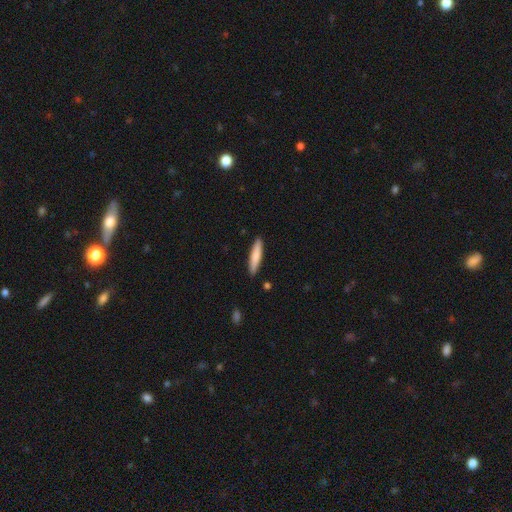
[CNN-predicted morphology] smooth-or-featured: smooth: 77% | featured or disk: 18% | star or artifact: 5%
  how-rounded: cigar-shaped: 88% | in between: 11% | round: 1%
  merging: none: 90% | minor disturbance: 8% | major disturbance: 1% | merger: 1%